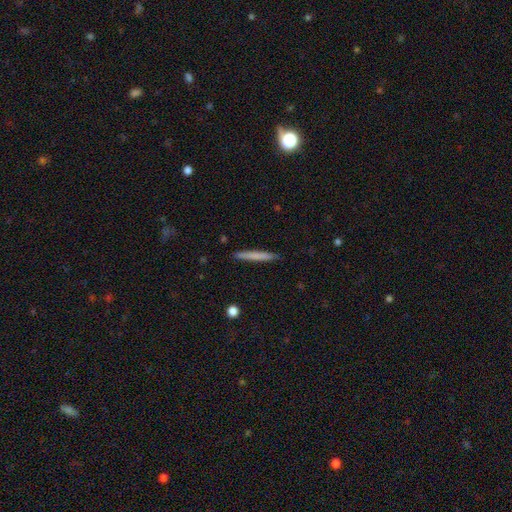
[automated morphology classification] smooth_or_featured: smooth (p=0.71) [alt: featured or disk p=0.23]
how_rounded: cigar-shaped (p=0.97) [alt: in between p=0.02]
merging: none (p=0.91) [alt: minor disturbance p=0.07]